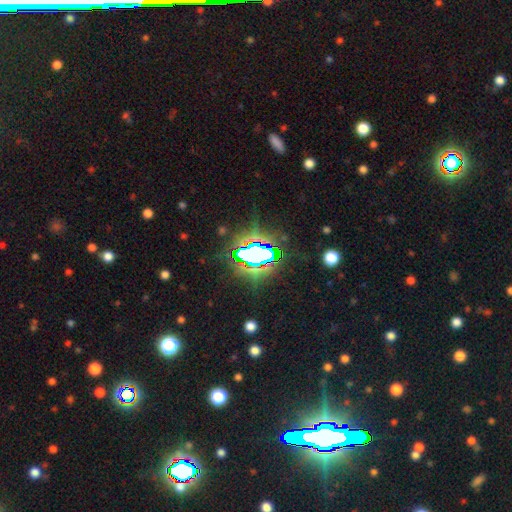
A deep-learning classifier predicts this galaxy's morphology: This appears to be a star or artifact, not a galaxy (67%).